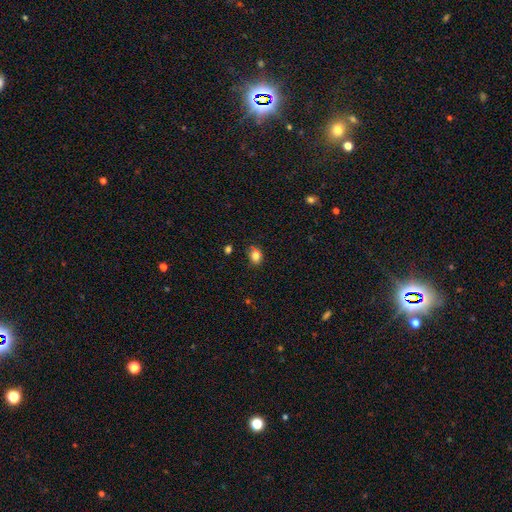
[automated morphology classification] This is likely a smooth galaxy (78%). How rounded: possibly in between (52%). Merging: likely none (64%).